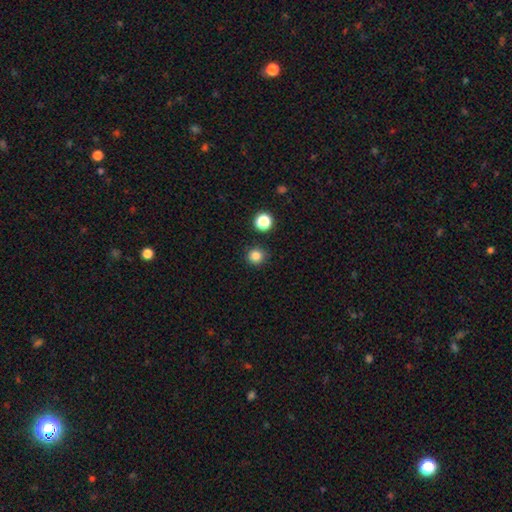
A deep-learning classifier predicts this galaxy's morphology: type=smooth (83%); roundness=round (94%); merging=none (89%).